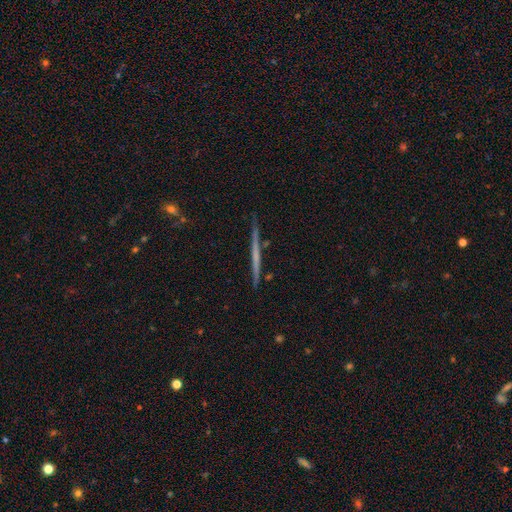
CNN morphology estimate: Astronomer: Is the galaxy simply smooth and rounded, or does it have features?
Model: featured or disk — 59% (runner-up: smooth, 35%).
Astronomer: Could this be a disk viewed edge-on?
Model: yes — 98%.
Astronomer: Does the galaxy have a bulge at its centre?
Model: none — 86%.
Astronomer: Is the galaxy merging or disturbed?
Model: none — 89%.